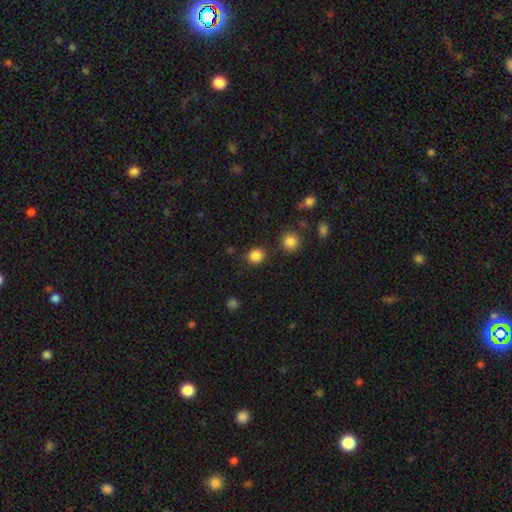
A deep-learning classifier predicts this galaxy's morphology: Q: Smooth or featured?
A: smooth (85%); runner-up: star or artifact (11%)
Q: How rounded?
A: round (85%); runner-up: in between (14%)
Q: Merging?
A: none (87%); runner-up: minor disturbance (7%)